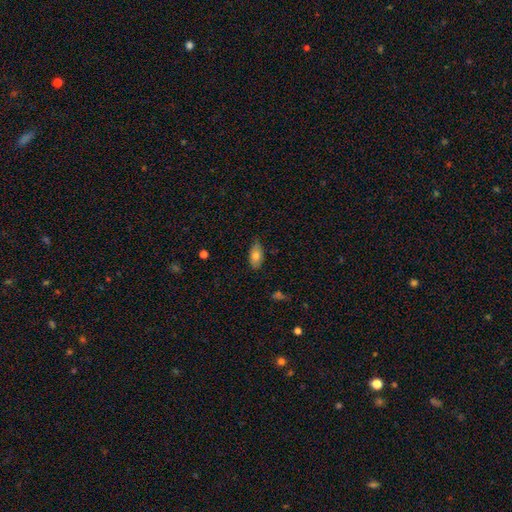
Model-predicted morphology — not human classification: smooth 77%, featured or disk 16%, star or artifact 7%. Down the decision tree: how rounded — in between (91%); merging — none (77%).